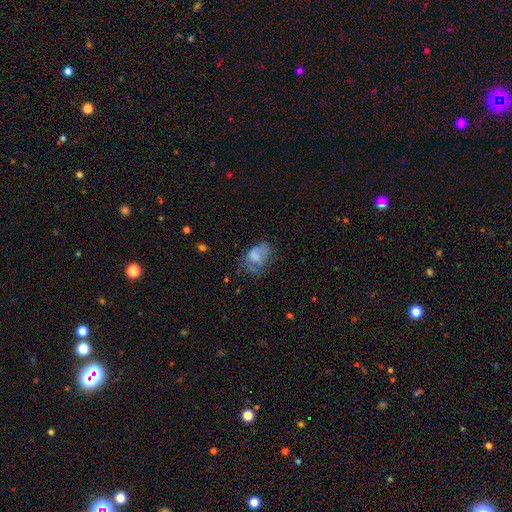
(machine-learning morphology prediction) This is possibly a smooth galaxy (58%). How rounded: likely in between (76%). Merging: marginally major disturbance (34%, tied with none).